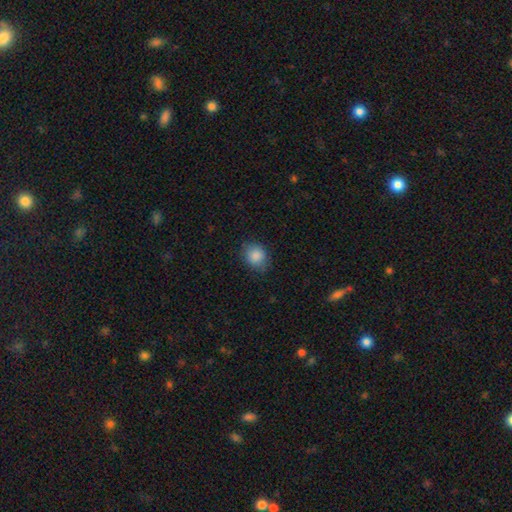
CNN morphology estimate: smooth-or-featured: smooth: 87% | star or artifact: 8% | featured or disk: 5%
  how-rounded: round: 62% | in between: 38% | cigar-shaped: 1%
  merging: none: 79% | minor disturbance: 16% | major disturbance: 4% | merger: 1%